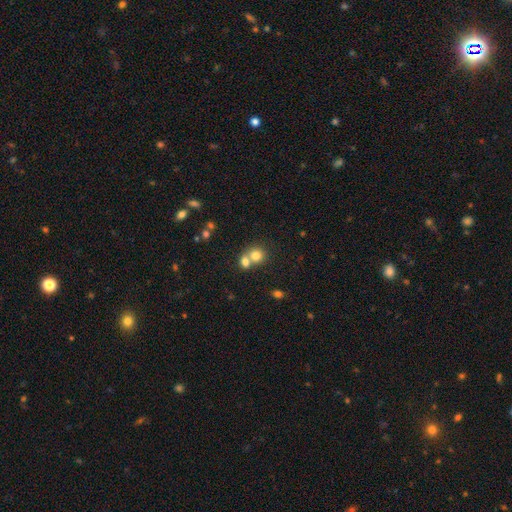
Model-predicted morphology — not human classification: smooth 75%, featured or disk 14%, star or artifact 12%. Down the decision tree: how rounded — round (80%); merging — merger (58%).